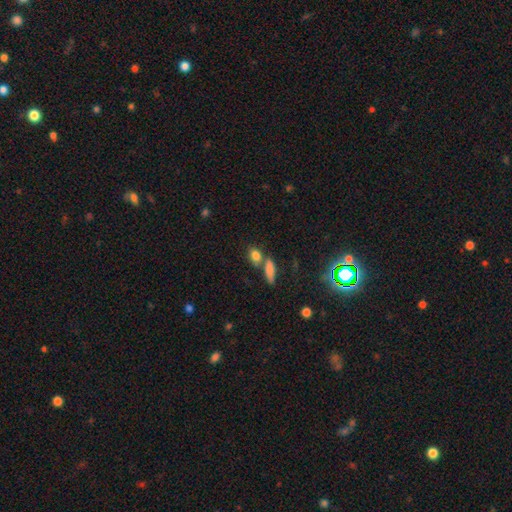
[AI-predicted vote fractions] smooth-or-featured: smooth: 81% | star or artifact: 10% | featured or disk: 9%
  how-rounded: in between: 60% | round: 30% | cigar-shaped: 11%
  merging: none: 54% | merger: 31% | minor disturbance: 11% | major disturbance: 4%